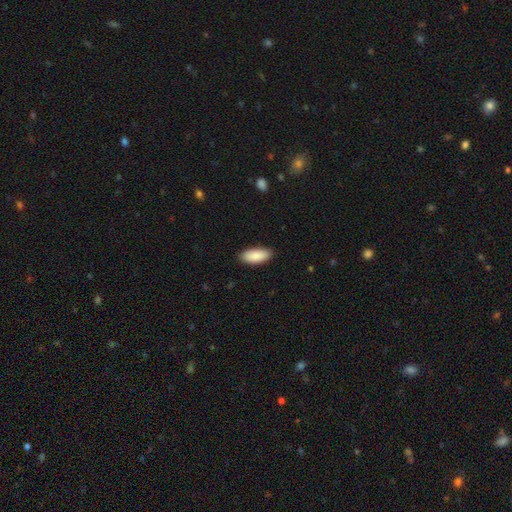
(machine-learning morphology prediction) smooth 89%, star or artifact 6%, featured or disk 5%. Down the decision tree: how rounded — in between (87%); merging — none (89%).